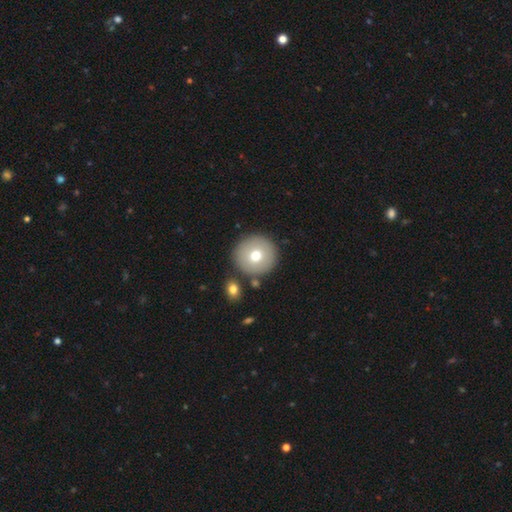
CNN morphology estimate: This is likely a smooth galaxy (72%). How rounded: clearly round (95%). Merging: clearly none (85%).